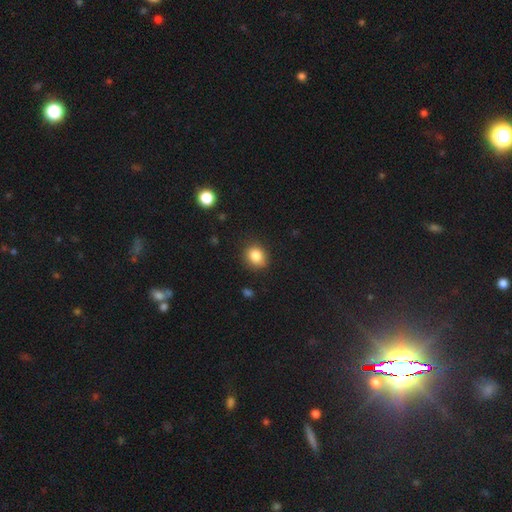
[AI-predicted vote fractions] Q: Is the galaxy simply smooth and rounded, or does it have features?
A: smooth — 84%.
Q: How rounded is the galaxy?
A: round — 71%.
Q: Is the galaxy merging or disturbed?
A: none — 83%.